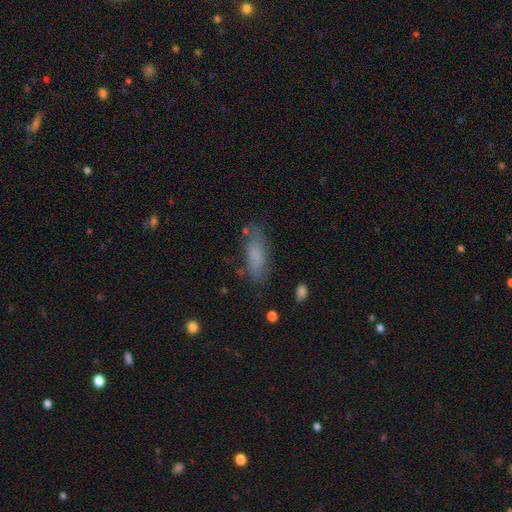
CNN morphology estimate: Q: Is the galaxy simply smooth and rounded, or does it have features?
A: smooth — 75%.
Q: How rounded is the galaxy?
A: in between — 68%.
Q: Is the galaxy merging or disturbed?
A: none — 69%.